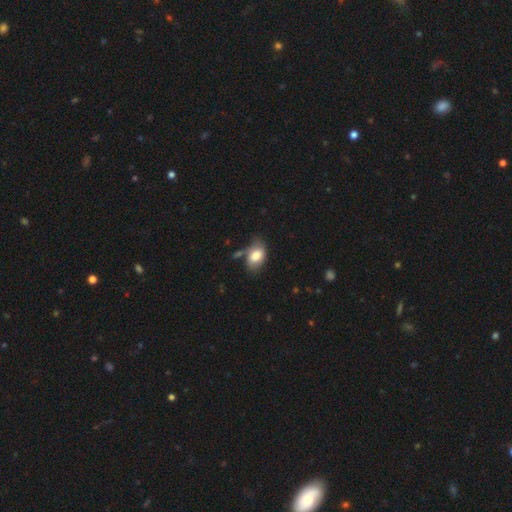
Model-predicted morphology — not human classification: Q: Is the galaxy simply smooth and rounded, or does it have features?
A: smooth — 78%.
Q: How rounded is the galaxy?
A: in between — 87%.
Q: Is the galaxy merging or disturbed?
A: none — 54%.